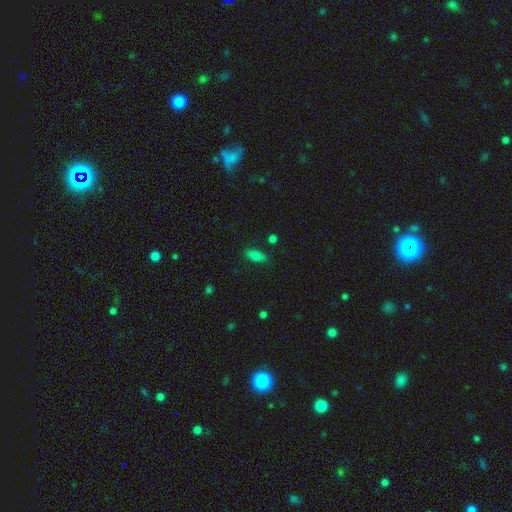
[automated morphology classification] Overall: smooth (78%). How rounded: in between (80%). Merging: none (84%).